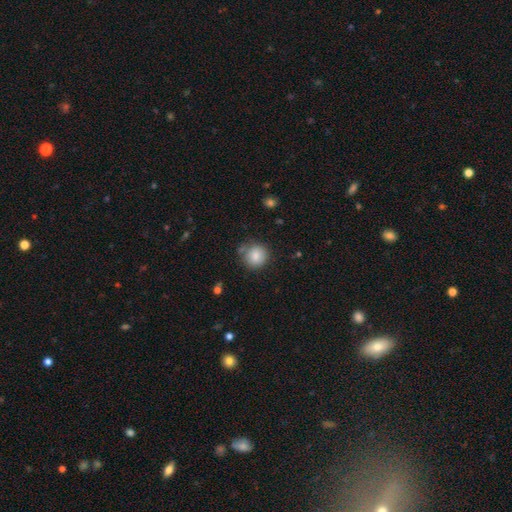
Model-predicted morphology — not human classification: A smooth galaxy with no disk features (85%) that is round (90%).

Vote fractions:
- Smooth or featured? smooth: 85% / star or artifact: 9% / featured or disk: 7%
- How rounded? round: 90% / in between: 9% / cigar-shaped: 1%
- Merging? none: 77% / minor disturbance: 14% / merger: 5% / major disturbance: 4%